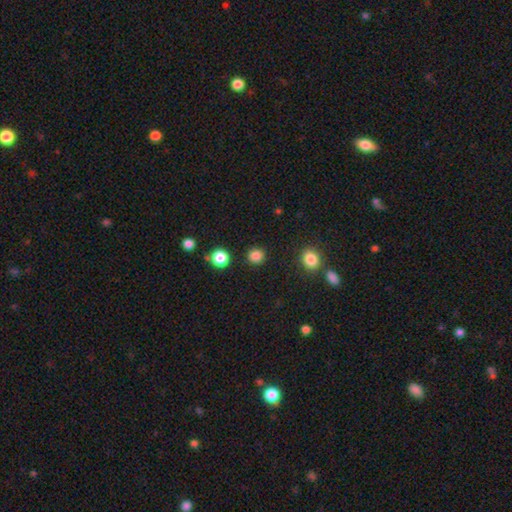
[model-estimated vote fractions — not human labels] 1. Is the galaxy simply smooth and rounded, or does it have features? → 85% smooth, 12% star or artifact, 3% featured or disk.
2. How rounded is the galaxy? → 91% round, 8% in between, 1% cigar-shaped.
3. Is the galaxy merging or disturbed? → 90% none, 6% minor disturbance, 2% major disturbance, 2% merger.